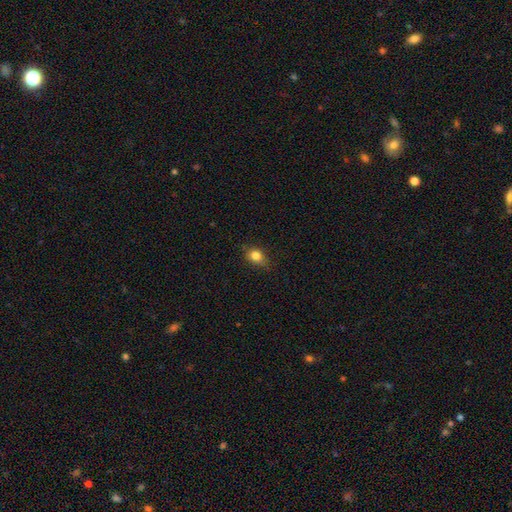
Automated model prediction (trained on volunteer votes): Smooth or featured? smooth (83%)
How rounded? in between (52%)
Merging? none (76%)